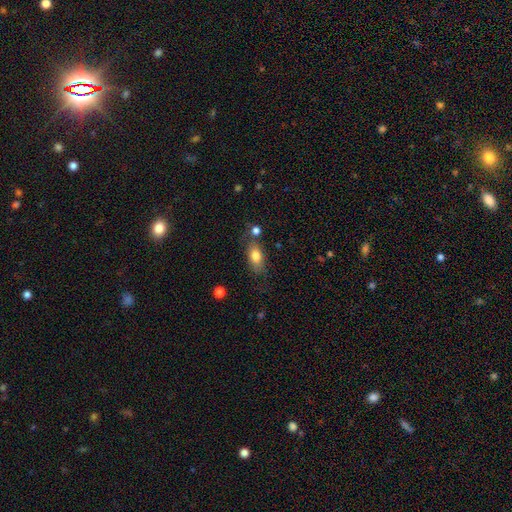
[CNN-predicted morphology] A smooth galaxy with no disk features (78%) that is in between round and cigar-shaped (86%).

Vote fractions:
- Smooth or featured? smooth: 78% / featured or disk: 14% / star or artifact: 8%
- How rounded? in between: 86% / round: 7% / cigar-shaped: 7%
- Merging? none: 67% / minor disturbance: 18% / merger: 9% / major disturbance: 6%